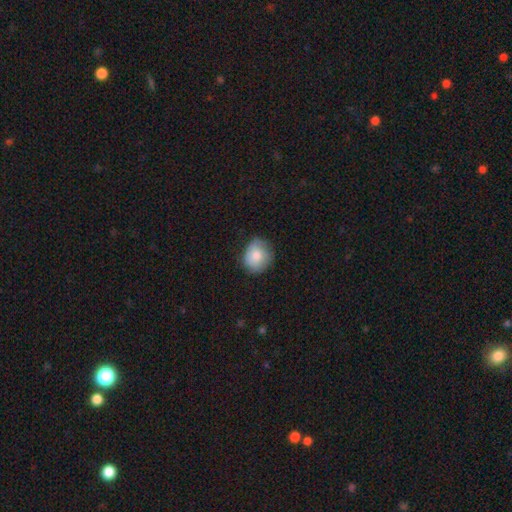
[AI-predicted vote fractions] Smooth or featured? Predicted: smooth (p=0.78). How rounded? Predicted: round (p=0.71). Merging? Predicted: none (p=0.64).